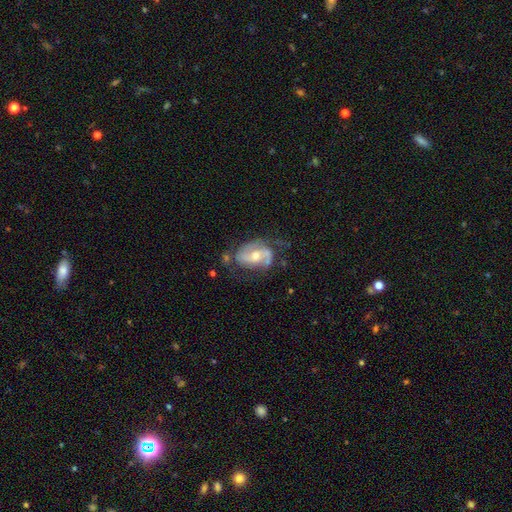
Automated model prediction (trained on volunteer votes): Smooth or featured?
  - featured or disk: 76% *
  - smooth: 17%
  - star or artifact: 6%
Edge-on disk?
  - no: 96% *
  - yes: 4%
Bar?
  - no: 42% *
  - weak: 40%
  - strong: 18%
Spiral arms?
  - yes: 86% *
  - no: 14%
Spiral winding?
  - medium: 46% *
  - loose: 29%
  - tight: 25%
Spiral arm count?
  - 2: 76% *
  - can't tell: 13%
  - 1: 5%
  - 3: 4%
  - 4: 1%
  - more than 4: 1%
Bulge size?
  - moderate: 62% *
  - small: 32%
  - large: 4%
  - none: 2%
  - dominant: 1%
Merging?
  - none: 51% *
  - minor disturbance: 26%
  - major disturbance: 16%
  - merger: 7%